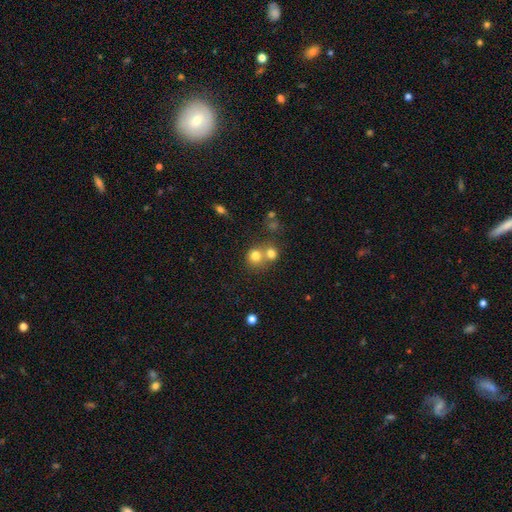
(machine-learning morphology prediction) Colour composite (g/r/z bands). It shows a smooth galaxy with no disk features (75%) that is round (84%). Merging: merger (47%).